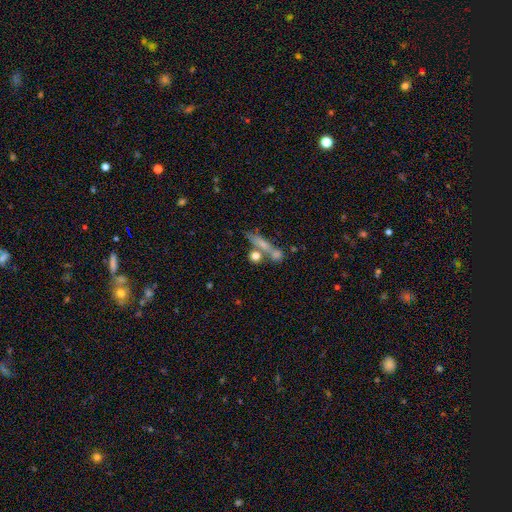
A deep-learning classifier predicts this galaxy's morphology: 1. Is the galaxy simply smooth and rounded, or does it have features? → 66% smooth, 21% featured or disk, 13% star or artifact.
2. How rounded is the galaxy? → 46% round, 34% cigar-shaped, 20% in between.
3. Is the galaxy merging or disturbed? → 54% none, 28% merger, 11% minor disturbance, 7% major disturbance.